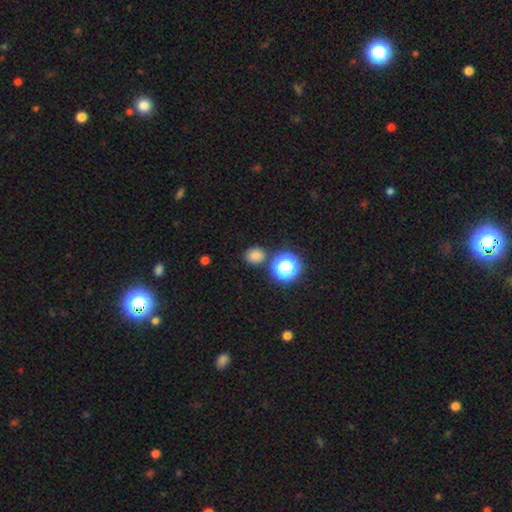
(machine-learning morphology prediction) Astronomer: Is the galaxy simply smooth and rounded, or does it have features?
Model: smooth — 77%.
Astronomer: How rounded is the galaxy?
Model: round — 72%.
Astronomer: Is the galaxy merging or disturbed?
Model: none — 81%.